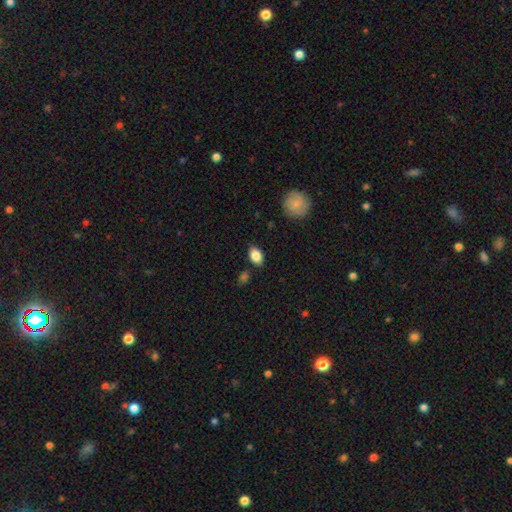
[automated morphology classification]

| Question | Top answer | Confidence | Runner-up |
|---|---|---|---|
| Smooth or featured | smooth | 86% | star or artifact (7%) |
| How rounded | in between | 87% | round (11%) |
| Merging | none | 83% | minor disturbance (12%) |